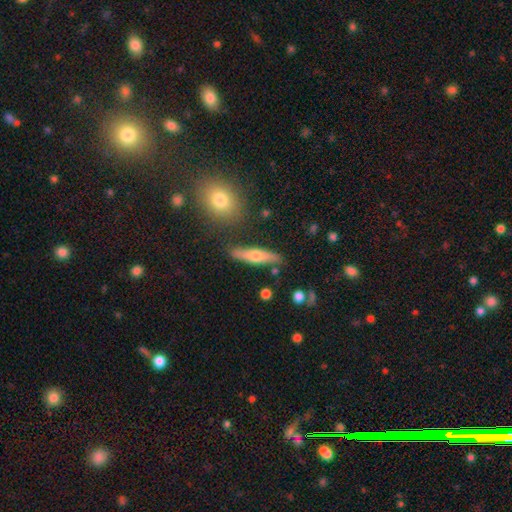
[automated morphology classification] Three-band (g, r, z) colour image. It shows a smooth galaxy with no disk features (51%) that is cigar-shaped (71%). Merging: none (82%).